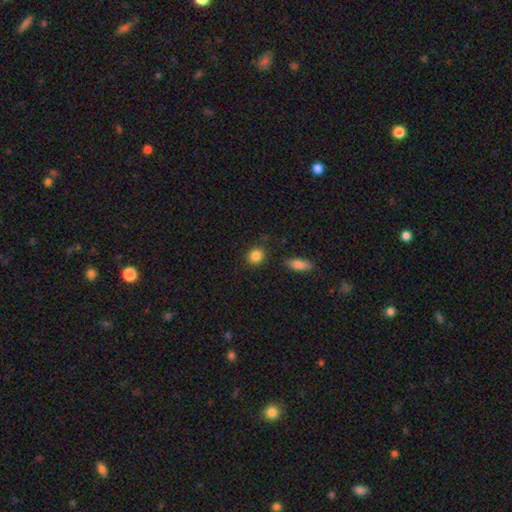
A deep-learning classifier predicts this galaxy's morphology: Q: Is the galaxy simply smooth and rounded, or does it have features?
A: smooth — 86%.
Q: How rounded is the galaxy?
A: round — 79%.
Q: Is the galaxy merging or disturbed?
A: none — 85%.